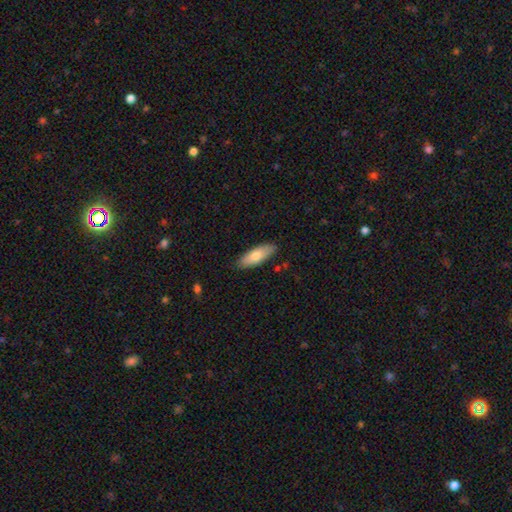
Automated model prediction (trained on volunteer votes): A smooth galaxy with no disk features (75%) that is in between round and cigar-shaped (66%). Merging: none (87%).